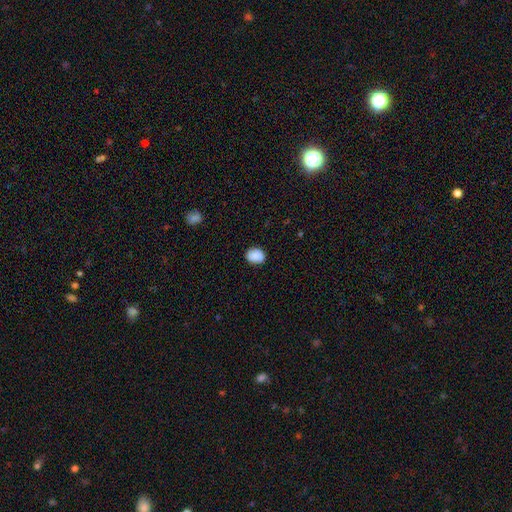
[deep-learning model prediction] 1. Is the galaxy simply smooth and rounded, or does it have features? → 88% smooth, 8% star or artifact, 4% featured or disk.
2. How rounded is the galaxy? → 52% in between, 47% round, 1% cigar-shaped.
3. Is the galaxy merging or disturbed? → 82% none, 14% minor disturbance, 3% major disturbance, 2% merger.